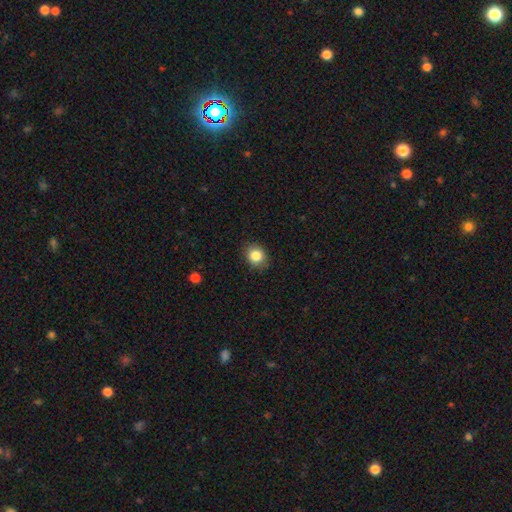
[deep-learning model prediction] Smooth or featured? smooth (84%)
How rounded? round (61%)
Merging? none (86%)